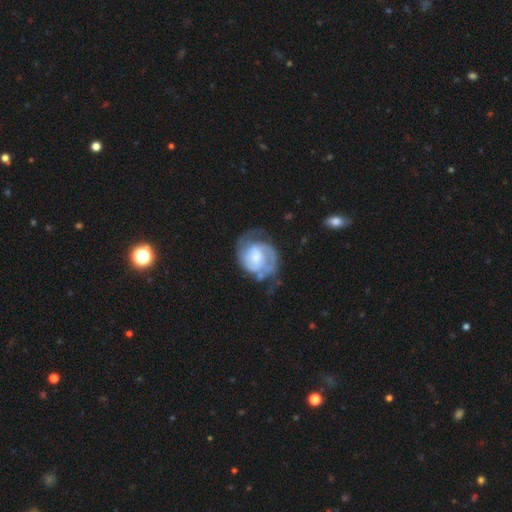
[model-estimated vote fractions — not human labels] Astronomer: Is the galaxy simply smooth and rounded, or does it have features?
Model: featured or disk — 72%.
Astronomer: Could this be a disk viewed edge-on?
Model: no — 98%.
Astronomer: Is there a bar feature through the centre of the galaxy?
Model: no — 56% (runner-up: weak, 36%).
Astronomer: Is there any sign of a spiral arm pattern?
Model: yes — 87%.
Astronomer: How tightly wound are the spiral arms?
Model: tight — 46% (runner-up: medium, 39%).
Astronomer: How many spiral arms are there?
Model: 2 — 56%.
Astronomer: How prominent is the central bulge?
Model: moderate — 30% (runner-up: large, 26%).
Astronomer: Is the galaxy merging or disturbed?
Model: none — 44% (runner-up: minor disturbance, 27%).